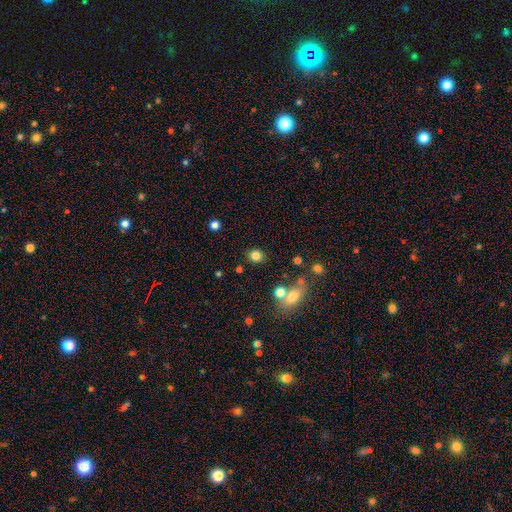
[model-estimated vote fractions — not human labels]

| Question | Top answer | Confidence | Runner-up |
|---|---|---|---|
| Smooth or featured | smooth | 81% | star or artifact (13%) |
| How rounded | round | 79% | in between (20%) |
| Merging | none | 84% | minor disturbance (8%) |